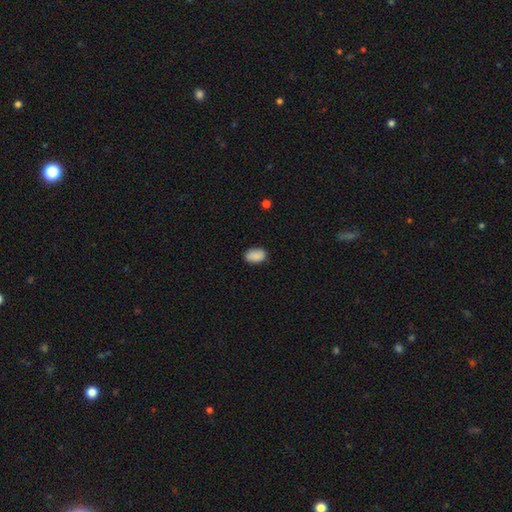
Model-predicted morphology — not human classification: The model was most divided on "merging": none: 82%, minor disturbance: 14%, major disturbance: 3%, merger: 1%. More confident: smooth or featured — smooth (89%); how rounded — in between (87%).